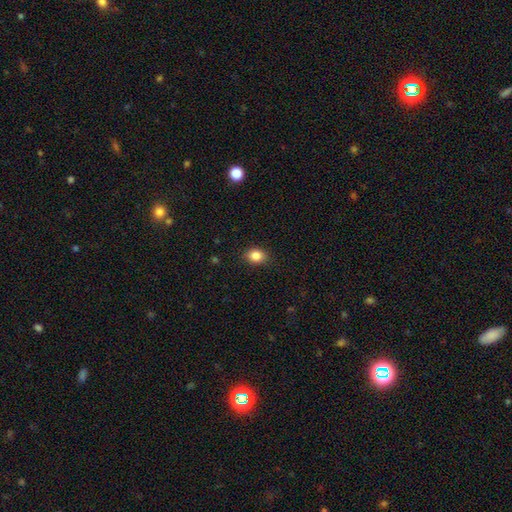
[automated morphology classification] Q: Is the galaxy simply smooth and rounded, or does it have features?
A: smooth — 85%.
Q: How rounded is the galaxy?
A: in between — 59%.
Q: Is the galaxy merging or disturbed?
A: none — 88%.